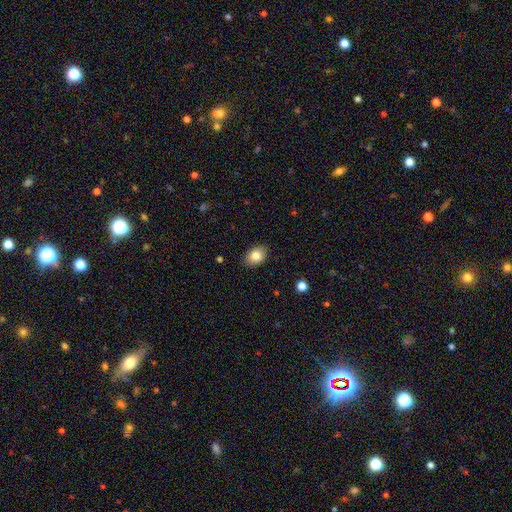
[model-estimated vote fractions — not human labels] This is clearly a smooth galaxy (82%). How rounded: likely in between (74%). Merging: clearly none (86%).